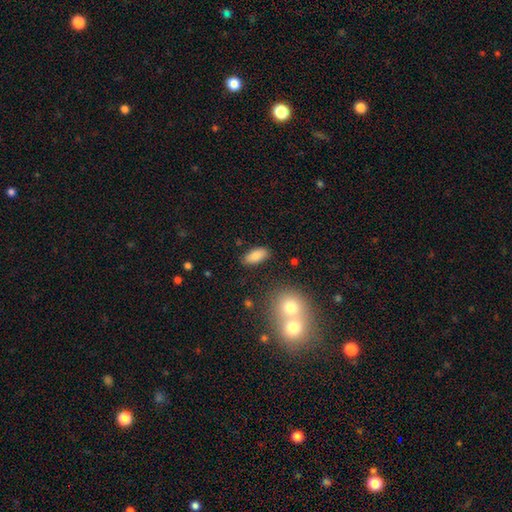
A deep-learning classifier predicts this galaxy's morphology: This is clearly a smooth galaxy (85%). How rounded: clearly in between (89%). Merging: clearly none (86%).